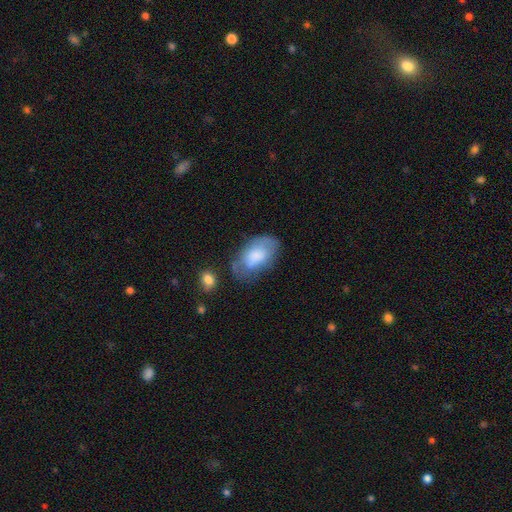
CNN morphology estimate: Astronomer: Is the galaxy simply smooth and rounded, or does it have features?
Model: smooth — 65%.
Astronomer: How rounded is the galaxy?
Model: in between — 92%.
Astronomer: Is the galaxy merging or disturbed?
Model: none — 54% (runner-up: minor disturbance, 29%).